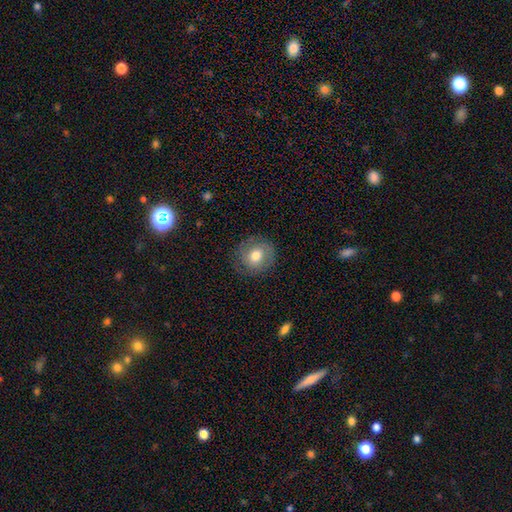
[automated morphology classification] Smooth or featured? Predicted: smooth (p=0.67). How rounded? Predicted: round (p=0.88). Merging? Predicted: none (p=0.80).